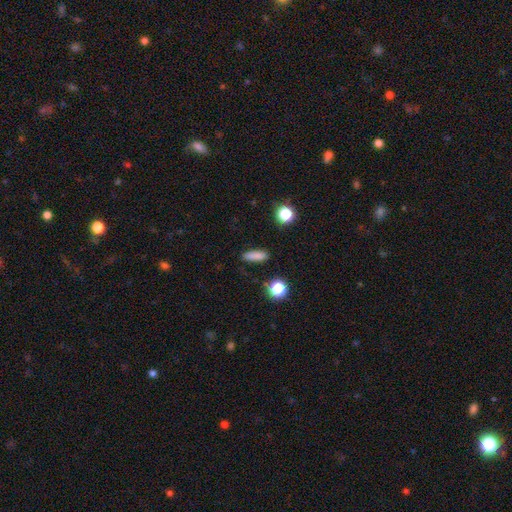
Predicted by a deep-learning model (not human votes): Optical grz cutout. It shows a smooth galaxy with no disk features (83%) that is cigar-shaped (50%). Merging: none (87%).